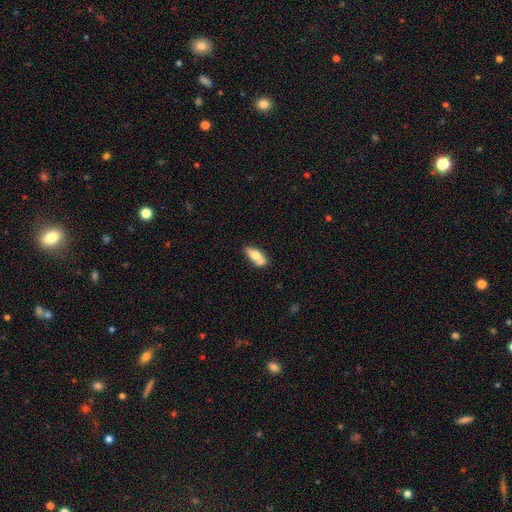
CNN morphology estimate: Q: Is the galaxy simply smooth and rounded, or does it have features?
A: smooth — 61%.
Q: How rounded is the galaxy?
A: in between — 76%.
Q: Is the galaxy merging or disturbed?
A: none — 50%.